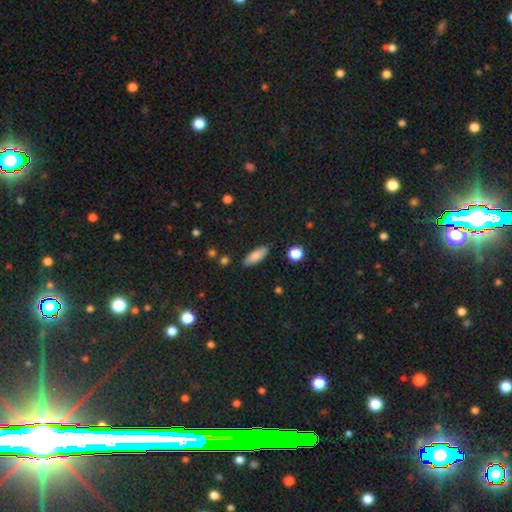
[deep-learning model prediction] Smooth or featured? smooth (82%)
How rounded? in between (66%)
Merging? none (86%)